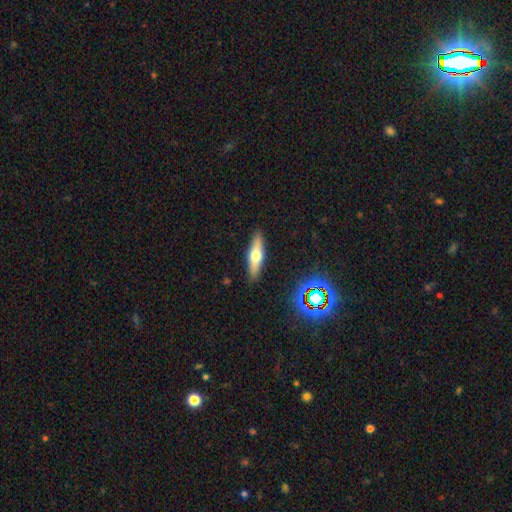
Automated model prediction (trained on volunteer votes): Smooth or featured: smooth — 48% (featured or disk — 44%)
Merging: none — 89% (minor disturbance — 8%)